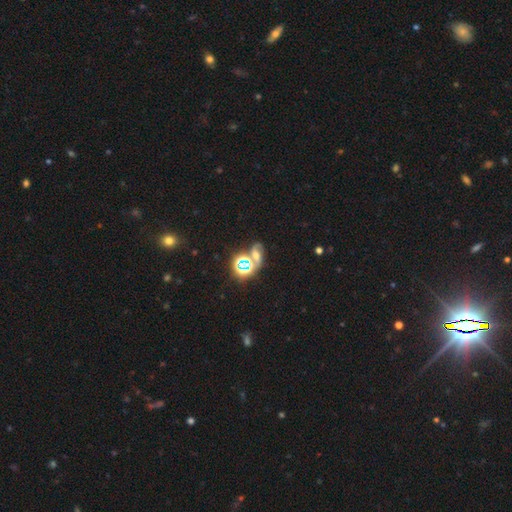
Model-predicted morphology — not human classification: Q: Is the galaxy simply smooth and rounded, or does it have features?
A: star or artifact — 43%.